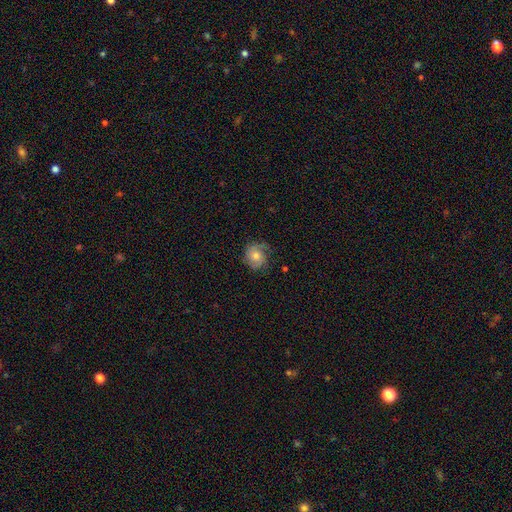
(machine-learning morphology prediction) Overall: featured or disk (57%; smooth 34%). Edge-on disk: no (97%). Bar: no (78%). Spiral arms: yes (90%). Bulge size: moderate (62%; small 28%). Merging: none (71%).